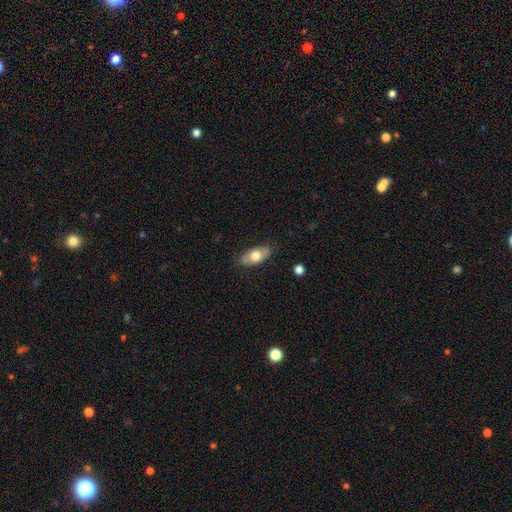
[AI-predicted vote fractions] Q: Smooth or featured?
A: smooth (62%); runner-up: featured or disk (32%)
Q: How rounded?
A: in between (88%); runner-up: cigar-shaped (8%)
Q: Merging?
A: none (81%); runner-up: minor disturbance (15%)